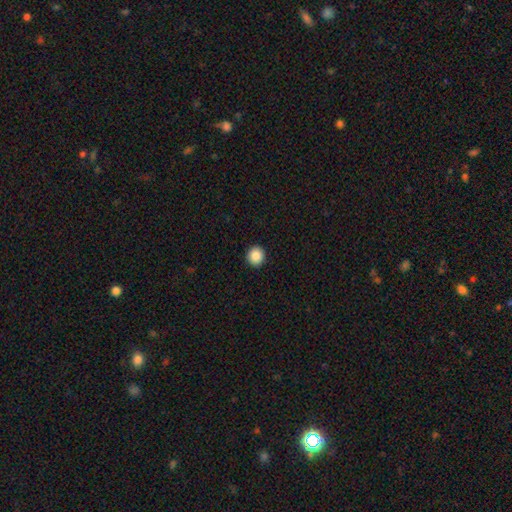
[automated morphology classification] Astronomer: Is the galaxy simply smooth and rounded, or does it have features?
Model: smooth — 89%.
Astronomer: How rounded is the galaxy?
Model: round — 89%.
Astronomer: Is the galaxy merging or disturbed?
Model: none — 92%.